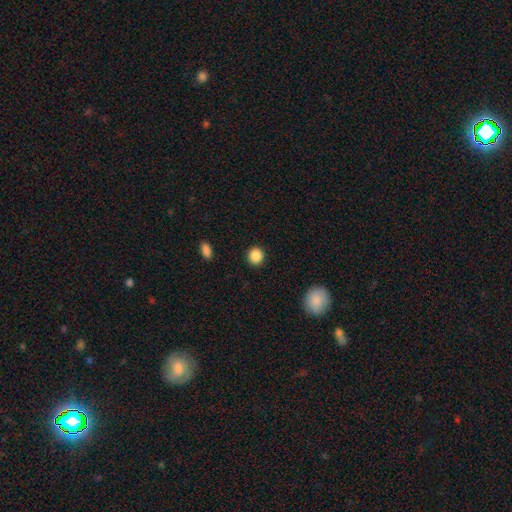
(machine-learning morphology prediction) Q: Smooth or featured?
A: smooth (87%); runner-up: star or artifact (10%)
Q: How rounded?
A: round (89%); runner-up: in between (10%)
Q: Merging?
A: none (92%); runner-up: minor disturbance (5%)